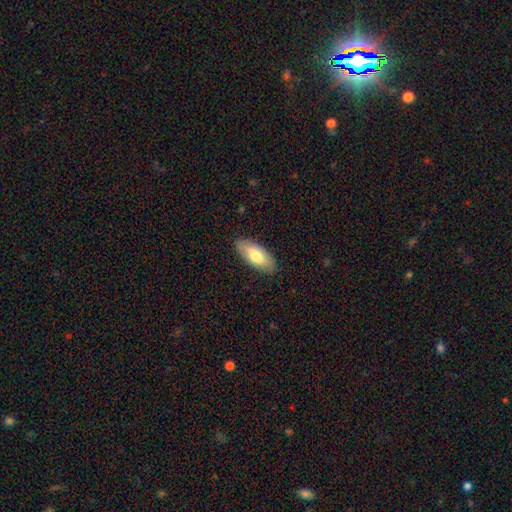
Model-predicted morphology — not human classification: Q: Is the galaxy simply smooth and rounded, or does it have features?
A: smooth — 73%.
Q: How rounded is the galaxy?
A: in between — 85%.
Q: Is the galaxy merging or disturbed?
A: none — 87%.